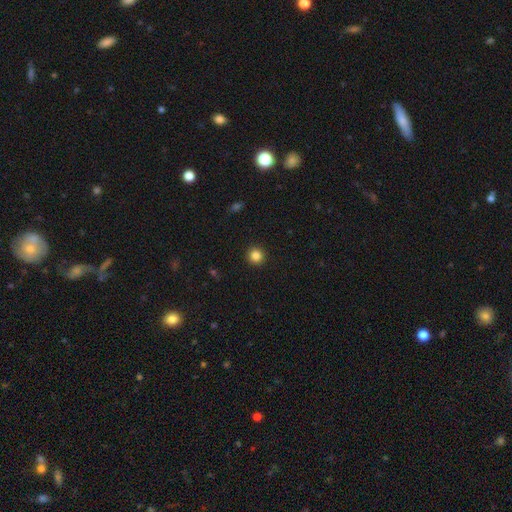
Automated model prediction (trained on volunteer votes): Q: Smooth or featured?
A: smooth (85%); runner-up: star or artifact (11%)
Q: How rounded?
A: round (94%); runner-up: in between (5%)
Q: Merging?
A: none (93%); runner-up: minor disturbance (5%)